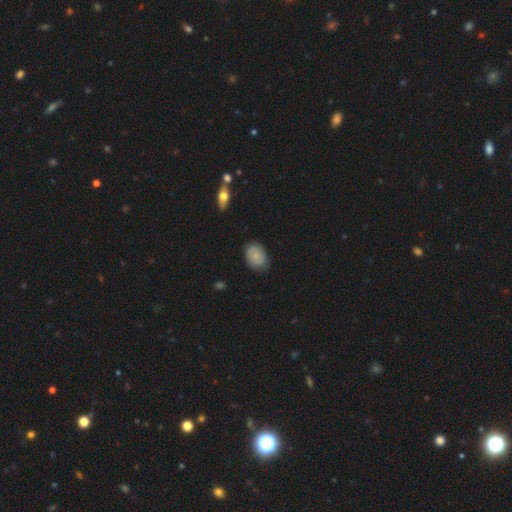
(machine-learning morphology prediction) The model was most divided on "smooth or featured": smooth: 63%, featured or disk: 30%, star or artifact: 7%. More confident: merging — none (74%); how rounded — in between (71%).